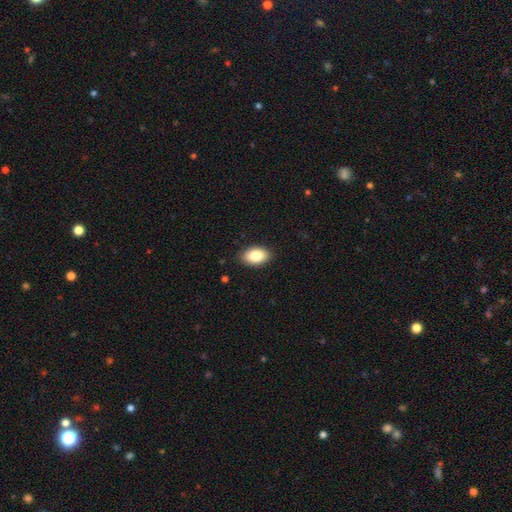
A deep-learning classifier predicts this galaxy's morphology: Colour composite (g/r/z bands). It shows a smooth galaxy with no disk features (84%) that is in between round and cigar-shaped (91%). Merging: none (88%).